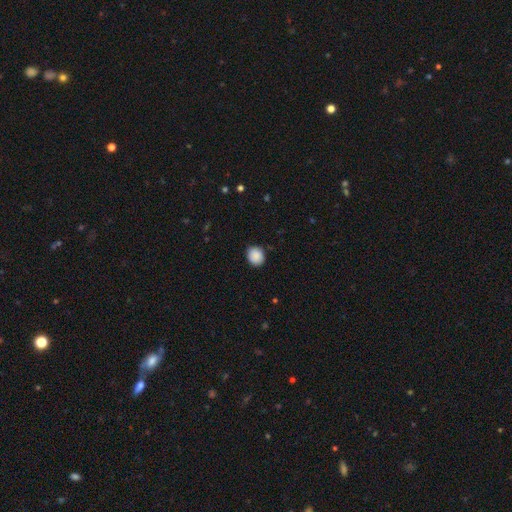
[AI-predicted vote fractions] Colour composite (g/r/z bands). It shows a smooth galaxy with no disk features (89%) that is round (70%). Merging: none (87%).